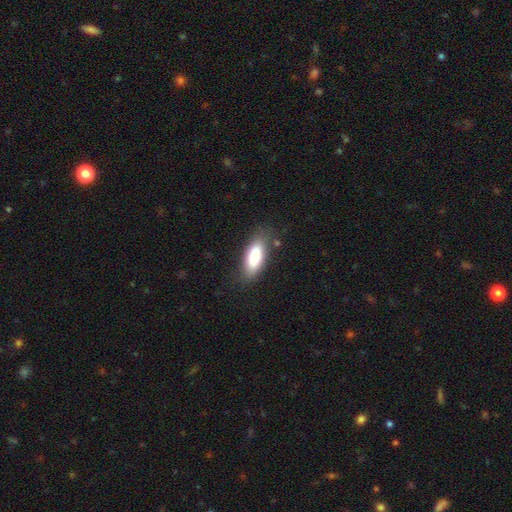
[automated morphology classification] The model was most divided on "how rounded": in between: 76%, cigar-shaped: 22%, round: 2%. More confident: smooth or featured — smooth (81%); merging — none (75%).